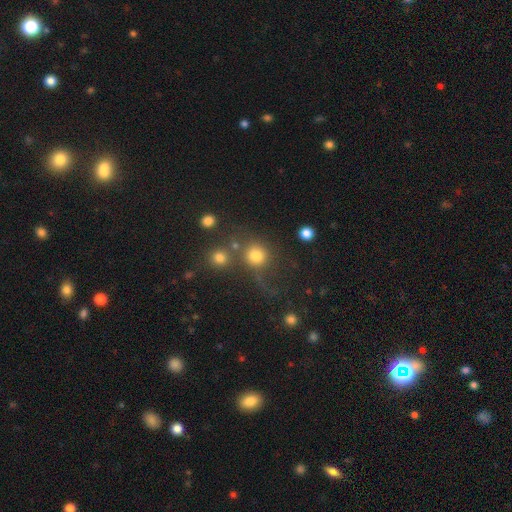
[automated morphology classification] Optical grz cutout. It shows a smooth galaxy with no disk features (77%) that is round (88%). Merging: none (55%).